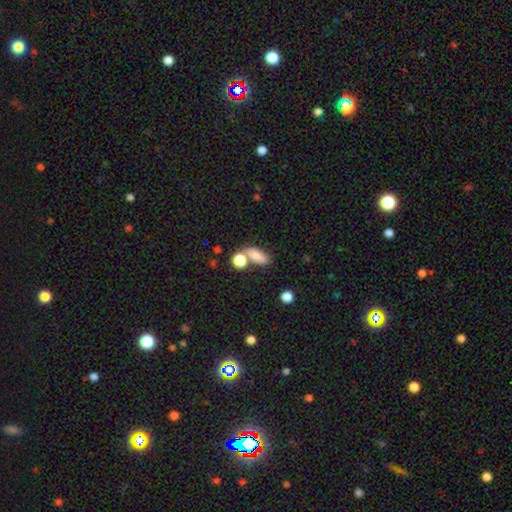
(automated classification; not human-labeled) smooth 76%, featured or disk 14%, star or artifact 10%. Down the decision tree: how rounded — in between (75%); merging — none (57%).